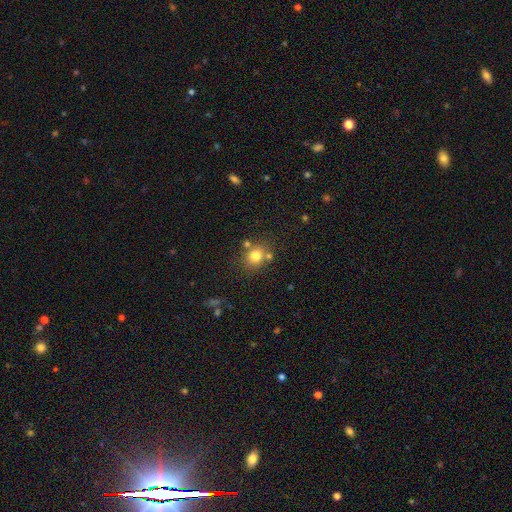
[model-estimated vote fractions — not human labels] The model was most divided on "how rounded": round: 73%, in between: 26%, cigar-shaped: 1%. More confident: smooth or featured — smooth (78%); merging — none (71%).